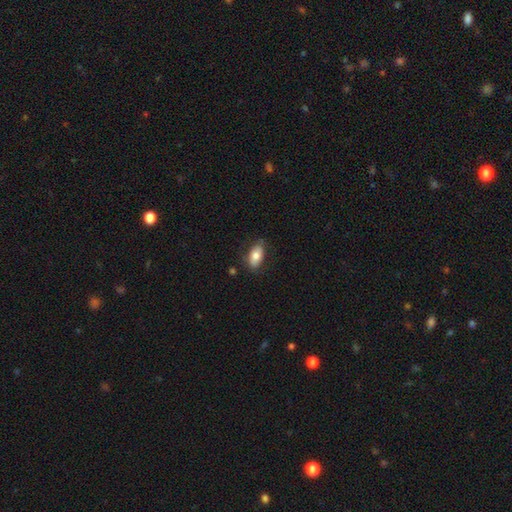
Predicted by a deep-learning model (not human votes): The model was most divided on "smooth or featured": smooth: 76%, featured or disk: 17%, star or artifact: 7%. More confident: how rounded — in between (91%); merging — none (78%).